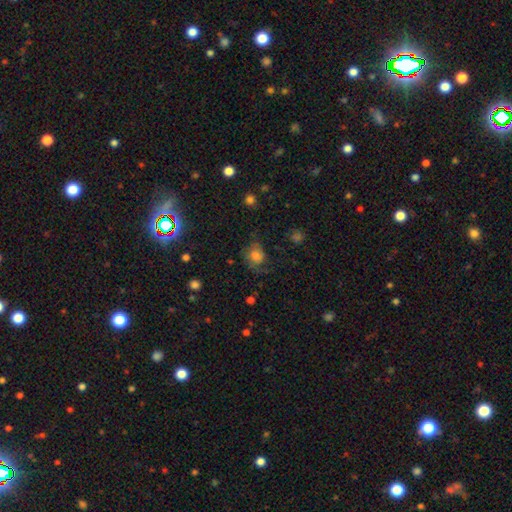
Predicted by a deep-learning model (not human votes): Smooth or featured? Predicted: smooth (p=0.65). How rounded? Predicted: round (p=0.68). Merging? Predicted: none (p=0.52).